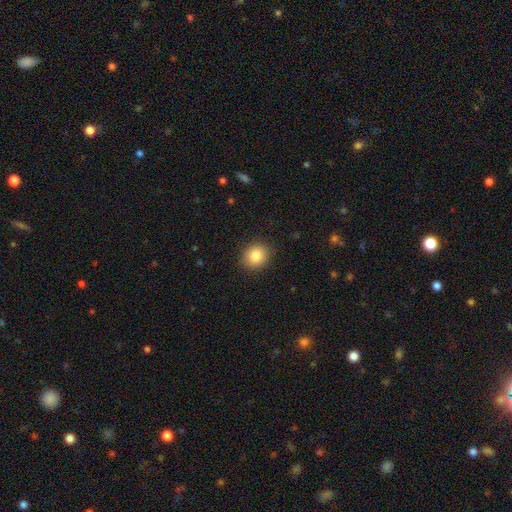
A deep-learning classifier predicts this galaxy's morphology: Smooth or featured: smooth — 86% (star or artifact — 9%)
How rounded: round — 72% (in between — 27%)
Merging: none — 88% (minor disturbance — 8%)